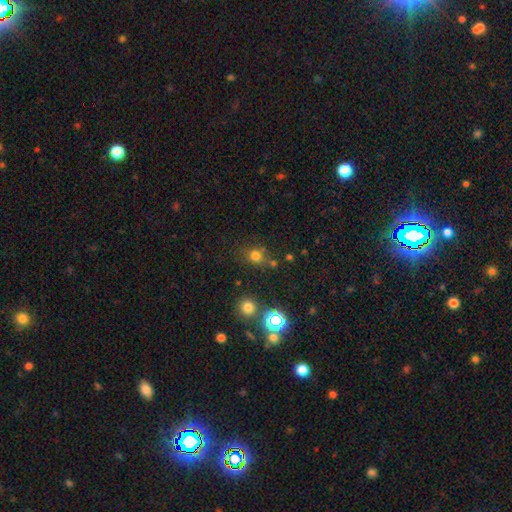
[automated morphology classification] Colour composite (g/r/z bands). It shows a smooth galaxy with no disk features (71%) that is round (79%). Merging: none (67%).